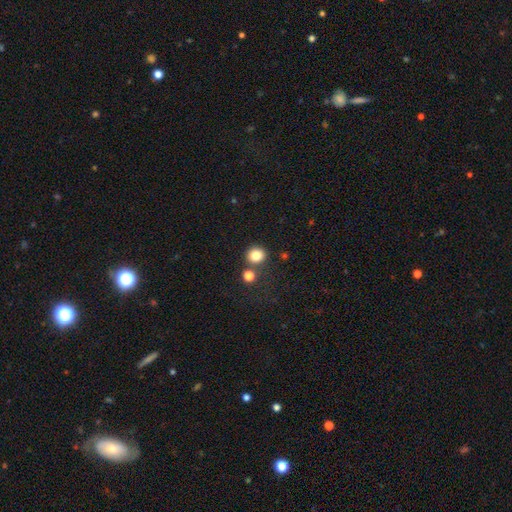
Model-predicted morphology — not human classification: A smooth galaxy with no disk features (82%) that is round (85%).

Vote fractions:
- Smooth or featured? smooth: 82% / star or artifact: 12% / featured or disk: 6%
- How rounded? round: 85% / in between: 14% / cigar-shaped: 1%
- Merging? none: 79% / merger: 11% / minor disturbance: 8% / major disturbance: 3%